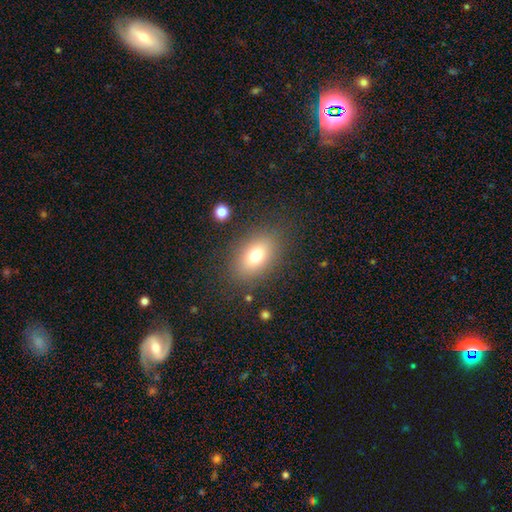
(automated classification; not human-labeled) A smooth galaxy with no disk features (75%) that is in between round and cigar-shaped (82%). Merging: none (83%).